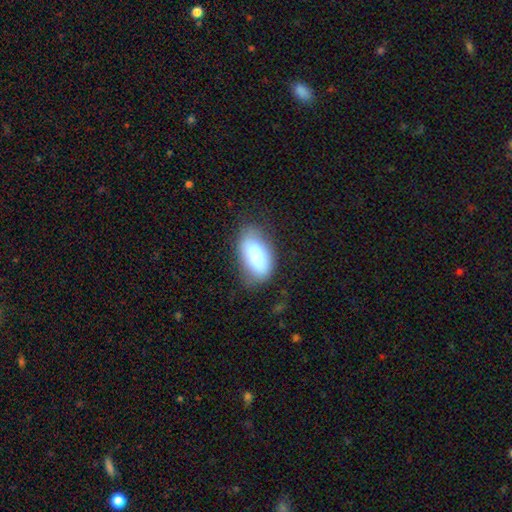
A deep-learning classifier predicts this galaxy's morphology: smooth-or-featured: smooth: 78% | featured or disk: 15% | star or artifact: 7%
  how-rounded: in between: 93% | round: 4% | cigar-shaped: 3%
  merging: none: 68% | minor disturbance: 24% | major disturbance: 7% | merger: 2%